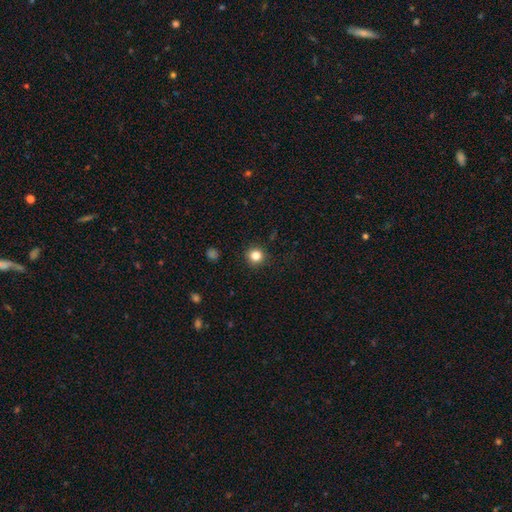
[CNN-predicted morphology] Smooth or featured: smooth — 82% (star or artifact — 12%)
How rounded: round — 92% (in between — 7%)
Merging: none — 90% (minor disturbance — 7%)